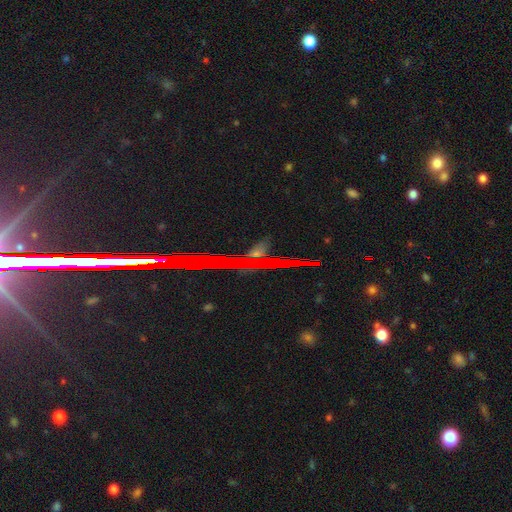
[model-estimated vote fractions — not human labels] The model was most divided on "smooth or featured": star or artifact: 65%, featured or disk: 20%, smooth: 16%.